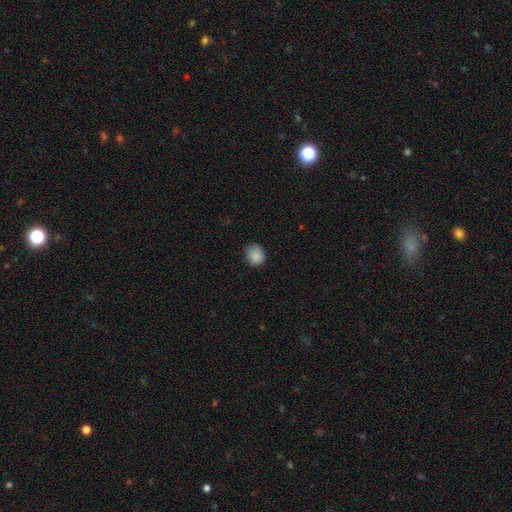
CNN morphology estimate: A smooth galaxy with no disk features (87%) that is round (72%).

Vote fractions:
- Smooth or featured? smooth: 87% / star or artifact: 8% / featured or disk: 5%
- How rounded? round: 72% / in between: 28% / cigar-shaped: 1%
- Merging? none: 74% / minor disturbance: 21% / major disturbance: 4% / merger: 1%